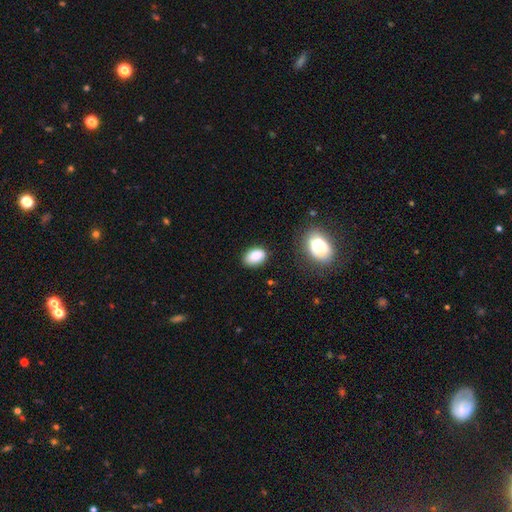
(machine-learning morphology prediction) Q: Smooth or featured?
A: smooth (86%); runner-up: star or artifact (9%)
Q: How rounded?
A: in between (86%); runner-up: round (12%)
Q: Merging?
A: none (80%); runner-up: minor disturbance (15%)